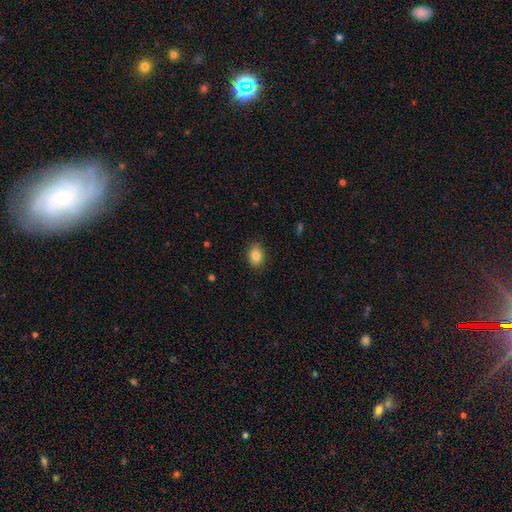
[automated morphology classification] Smooth or featured: smooth — 85% (star or artifact — 9%)
How rounded: in between — 70% (round — 29%)
Merging: none — 86% (minor disturbance — 11%)